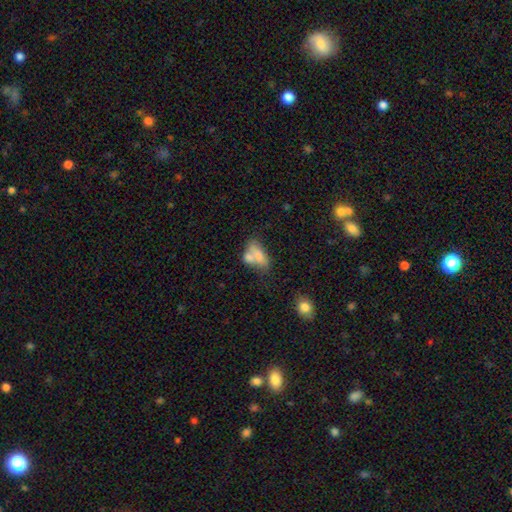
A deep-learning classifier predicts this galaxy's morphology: Q: Smooth or featured?
A: smooth (67%); runner-up: featured or disk (24%)
Q: How rounded?
A: in between (81%); runner-up: cigar-shaped (10%)
Q: Merging?
A: merger (53%); runner-up: none (25%)